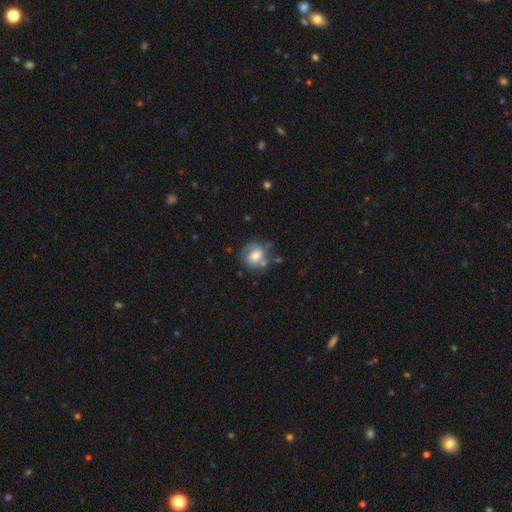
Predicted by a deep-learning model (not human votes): Morphology: type=smooth (46%); merging=none (56%).